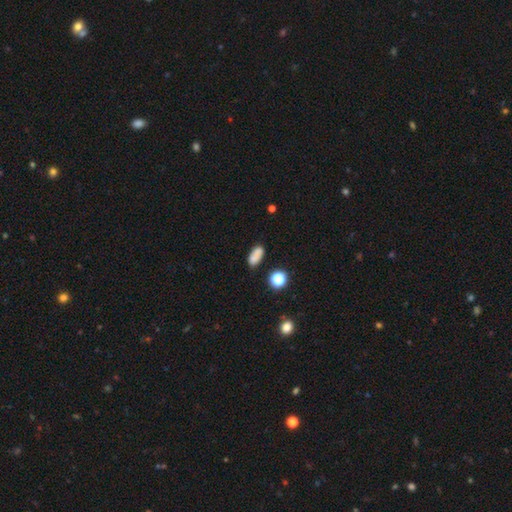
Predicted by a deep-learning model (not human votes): smooth_or_featured: smooth (p=0.76) [alt: featured or disk p=0.12]
how_rounded: in between (p=0.82) [alt: round p=0.10]
merging: none (p=0.60) [alt: merger p=0.19]